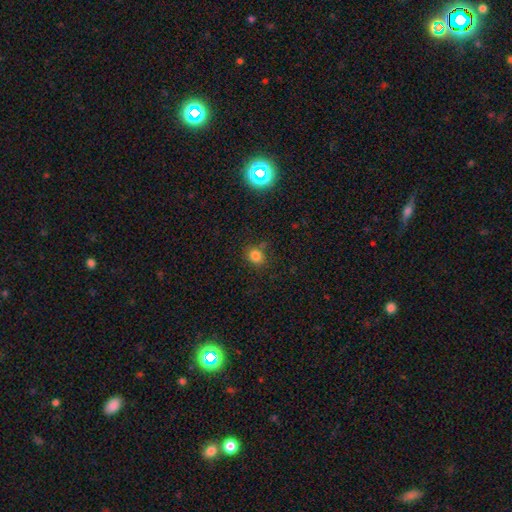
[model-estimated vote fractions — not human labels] This appears to be a smooth galaxy with no disk features (79%) that is round (70%). Merging: none (74%).